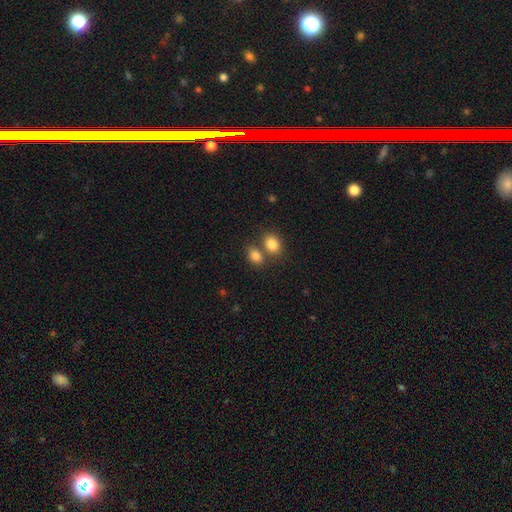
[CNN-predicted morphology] Smooth or featured?
  - smooth: 83% *
  - star or artifact: 10%
  - featured or disk: 7%
How rounded?
  - in between: 67% *
  - round: 32%
  - cigar-shaped: 1%
Merging?
  - none: 50% *
  - merger: 38%
  - minor disturbance: 9%
  - major disturbance: 3%